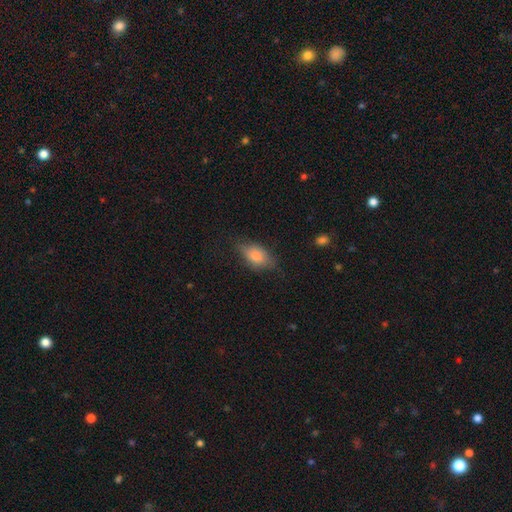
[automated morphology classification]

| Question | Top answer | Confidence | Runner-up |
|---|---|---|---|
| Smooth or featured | smooth | 71% | featured or disk (21%) |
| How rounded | in between | 84% | round (10%) |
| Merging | none | 68% | minor disturbance (24%) |